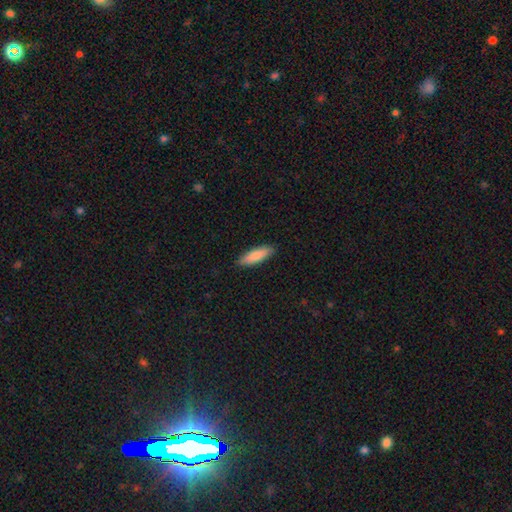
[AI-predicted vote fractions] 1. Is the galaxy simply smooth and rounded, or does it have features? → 83% smooth, 12% featured or disk, 5% star or artifact.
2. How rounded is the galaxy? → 61% cigar-shaped, 37% in between, 2% round.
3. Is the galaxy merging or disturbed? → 89% none, 8% minor disturbance, 2% major disturbance, 1% merger.